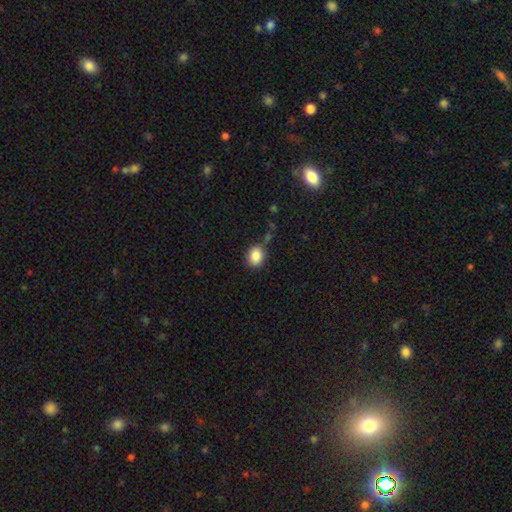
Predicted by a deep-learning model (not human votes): Smooth or featured: smooth — 87% (star or artifact — 9%)
How rounded: round — 54% (in between — 45%)
Merging: none — 76% (minor disturbance — 15%)